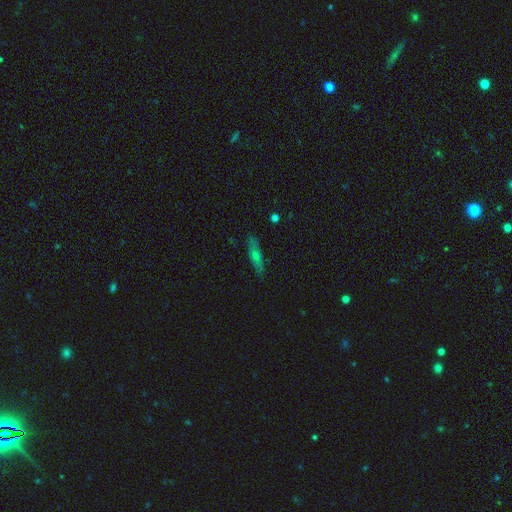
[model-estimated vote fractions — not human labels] Morphology: type=featured or disk (48%); merging=none (86%).